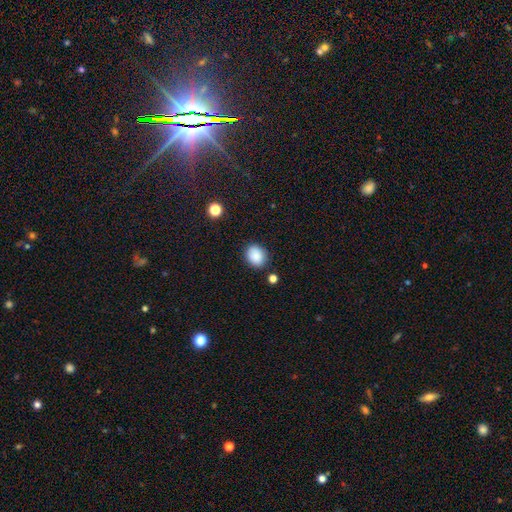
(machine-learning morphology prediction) A smooth galaxy with no disk features (88%) that is round (52%). Merging: none (84%).